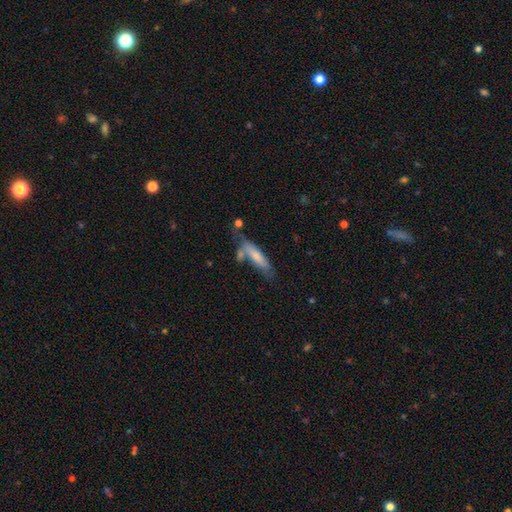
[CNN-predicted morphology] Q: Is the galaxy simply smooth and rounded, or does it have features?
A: smooth — 72%.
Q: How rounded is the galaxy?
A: cigar-shaped — 64%.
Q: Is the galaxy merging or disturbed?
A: none — 49%.